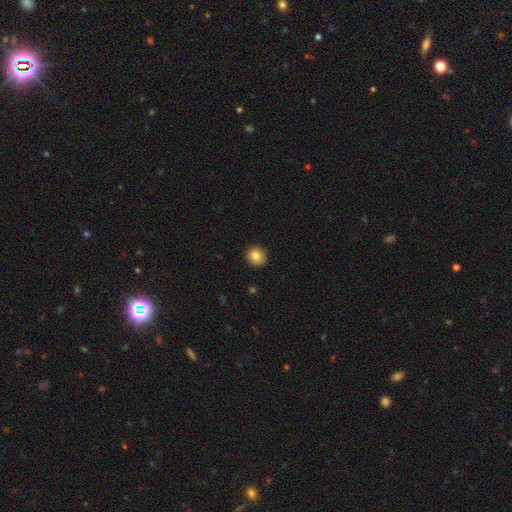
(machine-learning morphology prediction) Smooth or featured?
  - smooth: 82% *
  - star or artifact: 9%
  - featured or disk: 8%
How rounded?
  - round: 86% *
  - in between: 13%
  - cigar-shaped: 1%
Merging?
  - none: 91% *
  - minor disturbance: 6%
  - major disturbance: 2%
  - merger: 1%